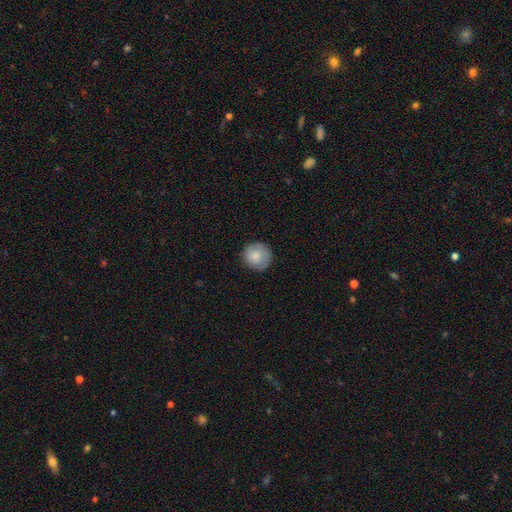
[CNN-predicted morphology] Smooth or featured? smooth (81%)
How rounded? round (92%)
Merging? none (84%)